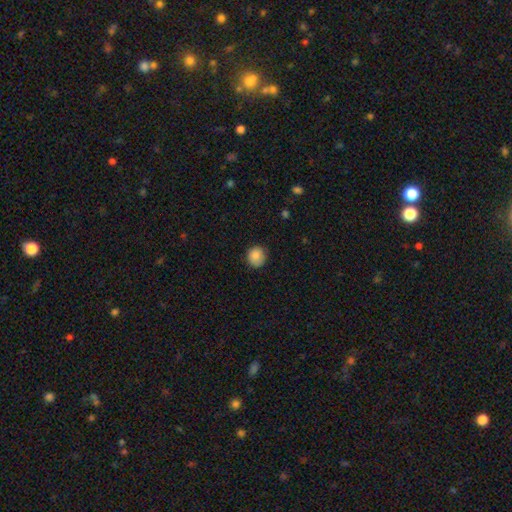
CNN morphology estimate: A smooth galaxy with no disk features (87%) that is round (87%).

Vote fractions:
- Smooth or featured? smooth: 87% / star or artifact: 9% / featured or disk: 5%
- How rounded? round: 87% / in between: 12% / cigar-shaped: 1%
- Merging? none: 81% / minor disturbance: 15% / major disturbance: 3% / merger: 1%